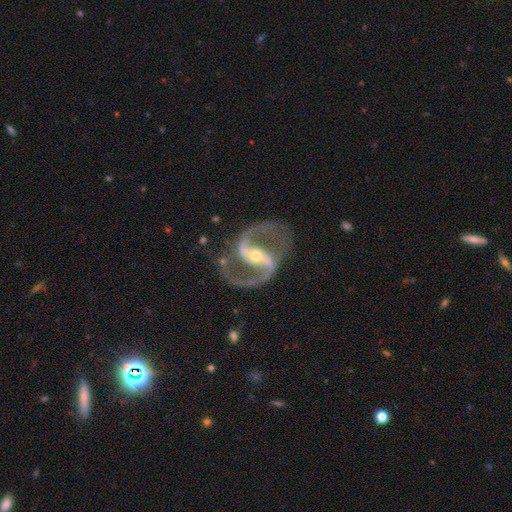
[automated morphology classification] This is clearly a featured or disk galaxy (94%). It is clearly not viewed edge-on (98%). Bar: possibly strong (54%). Spiral arm pattern: clearly yes (98%). Spiral arm count: clearly 2 (95%). Spiral winding: likely medium (64%). Central bulge: possibly small (52%). Merging: clearly none (81%).